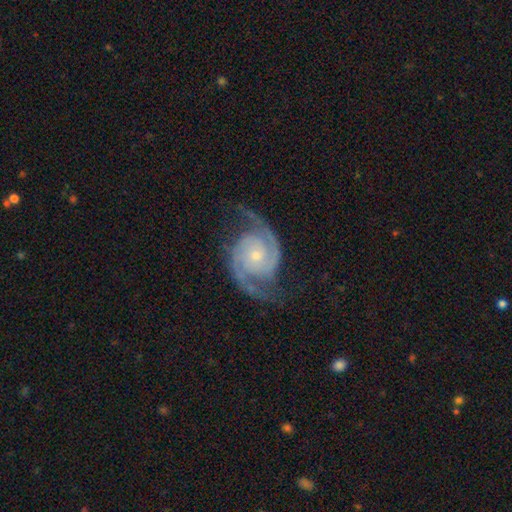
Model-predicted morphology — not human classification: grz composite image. It shows a featured or disk galaxy (93%) with no bar (71%), 2 (94%) medium (53%) spiral arms (99%) and a small central bulge (67%). Merging: none (76%).